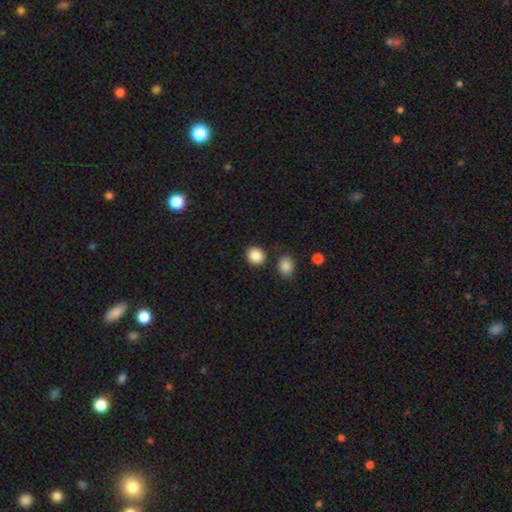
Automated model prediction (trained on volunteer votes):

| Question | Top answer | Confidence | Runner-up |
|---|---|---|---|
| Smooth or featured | smooth | 87% | star or artifact (9%) |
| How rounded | round | 82% | in between (17%) |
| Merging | none | 85% | minor disturbance (8%) |